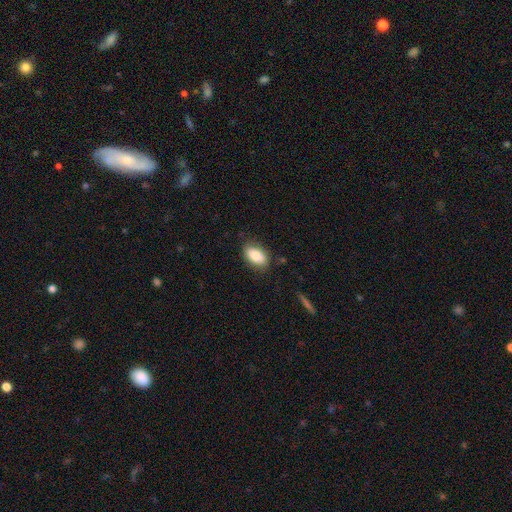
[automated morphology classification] smooth-or-featured: smooth: 83% | featured or disk: 10% | star or artifact: 7%
  how-rounded: in between: 92% | round: 5% | cigar-shaped: 3%
  merging: none: 80% | minor disturbance: 15% | major disturbance: 3% | merger: 1%